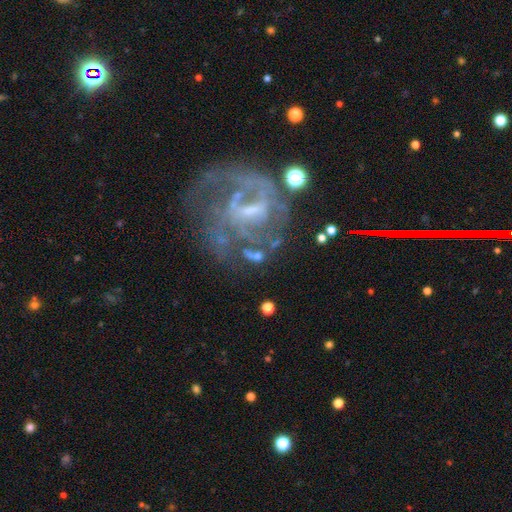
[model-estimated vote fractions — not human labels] The model was most divided on "spiral winding": medium: 42%, tight: 33%, loose: 25%. Remaining: edge-on disk — no (97%); smooth or featured — featured or disk (76%); spiral arms — yes (72%); merging — none (49%); bar — weak (45%); bulge size — small (43%); spiral arm count — can't tell (39%).